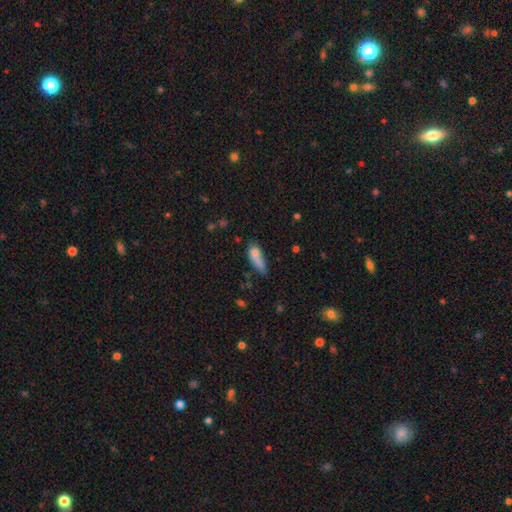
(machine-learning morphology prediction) smooth_or_featured: smooth (p=0.74) [alt: featured or disk p=0.16]
how_rounded: in between (p=0.54) [alt: cigar-shaped p=0.41]
merging: none (p=0.35) [alt: minor disturbance p=0.28]